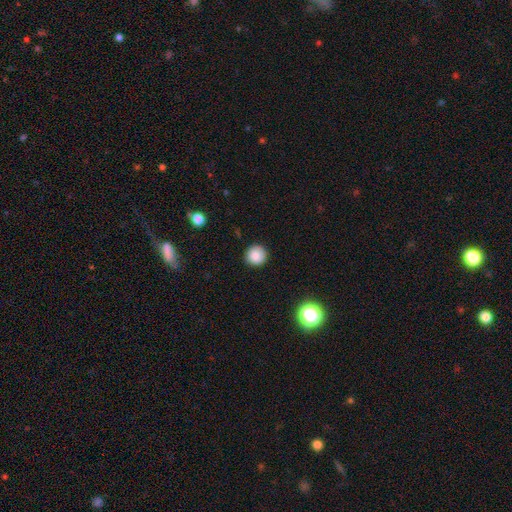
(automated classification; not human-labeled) smooth 86%, star or artifact 9%, featured or disk 4%. Down the decision tree: how rounded — round (95%); merging — none (90%).